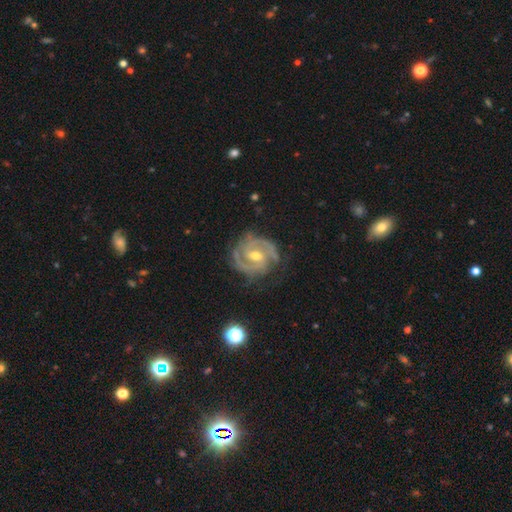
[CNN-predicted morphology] This appears to be a featured or disk galaxy (92%) with a weak bar (50%), 2 (63%) tight (61%) spiral arms (98%) and a moderate central bulge (61%). Merging: none (76%).